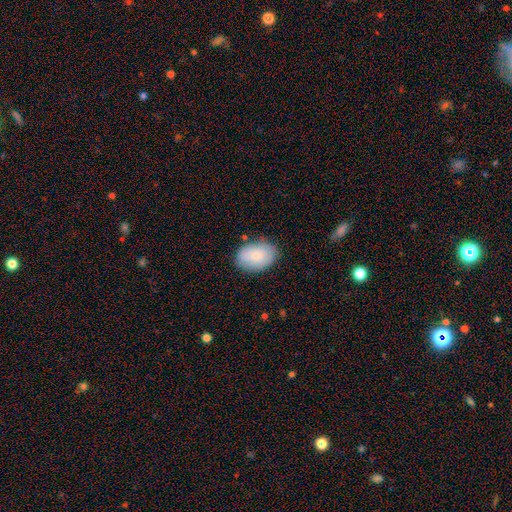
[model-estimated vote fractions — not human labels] This appears to be a smooth galaxy with no disk features (79%) that is in between round and cigar-shaped (85%). Merging: none (76%).